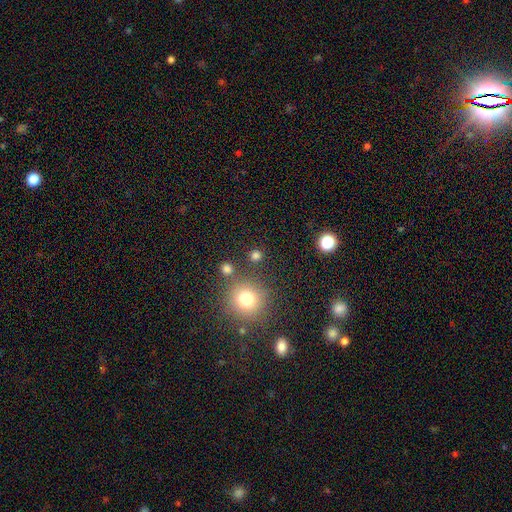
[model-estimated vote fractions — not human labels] Smooth or featured? smooth (76%)
How rounded? round (91%)
Merging? none (83%)